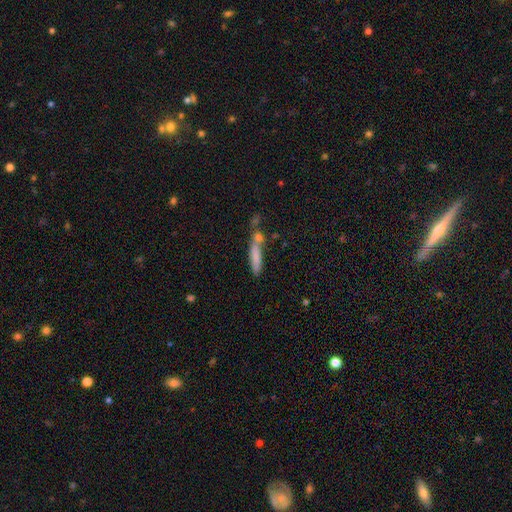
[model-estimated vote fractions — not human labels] smooth 71%, featured or disk 20%, star or artifact 9%. Down the decision tree: how rounded — cigar-shaped (85%); merging — none (42%).